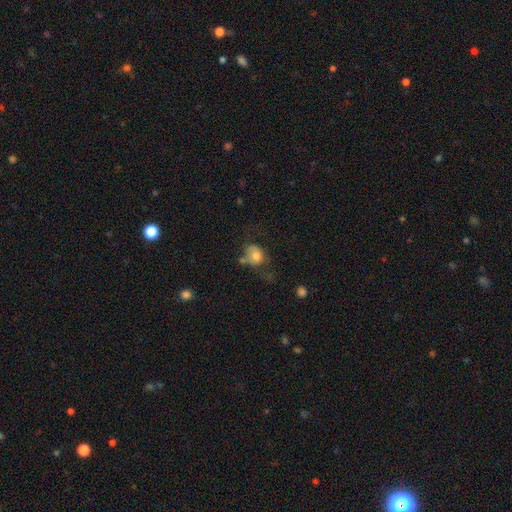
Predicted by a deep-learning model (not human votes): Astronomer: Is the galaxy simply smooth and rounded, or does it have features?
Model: smooth — 72%.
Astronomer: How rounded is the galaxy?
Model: round — 60% (runner-up: in between, 39%).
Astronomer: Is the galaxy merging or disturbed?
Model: none — 37% (runner-up: minor disturbance, 28%).